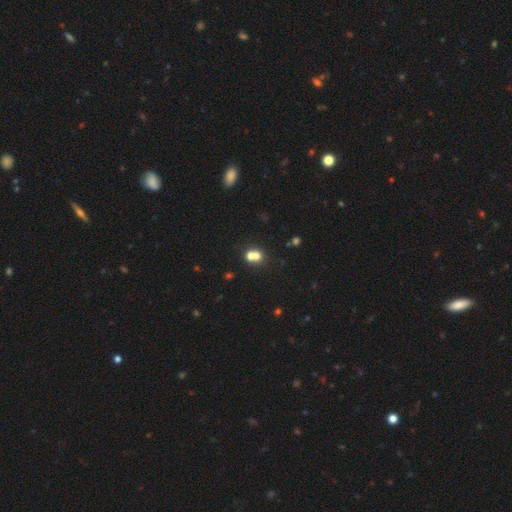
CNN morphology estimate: A smooth galaxy with no disk features (66%) that is round (77%).

Vote fractions:
- Smooth or featured? smooth: 66% / star or artifact: 17% / featured or disk: 17%
- How rounded? round: 77% / in between: 22% / cigar-shaped: 1%
- Merging? merger: 56% / none: 35% / minor disturbance: 5% / major disturbance: 3%